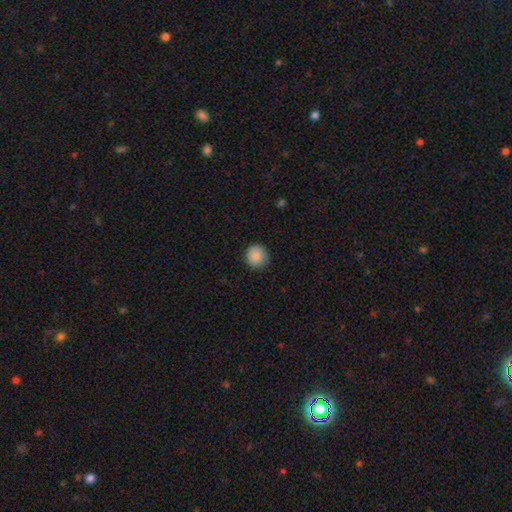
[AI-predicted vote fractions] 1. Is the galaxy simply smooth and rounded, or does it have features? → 89% smooth, 8% star or artifact, 3% featured or disk.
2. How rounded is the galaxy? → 91% round, 8% in between, 1% cigar-shaped.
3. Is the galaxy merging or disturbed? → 88% none, 9% minor disturbance, 2% major disturbance, 1% merger.